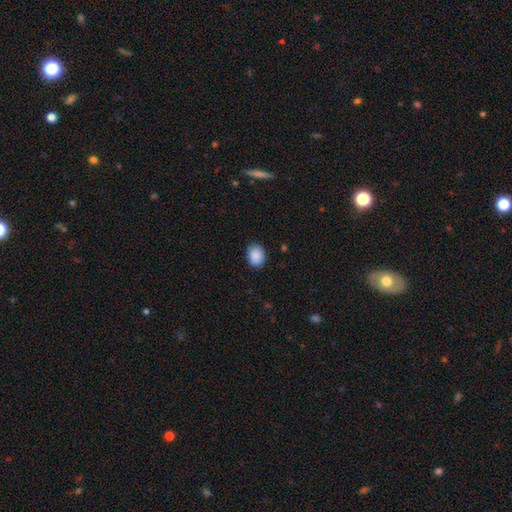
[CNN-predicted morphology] smooth-or-featured: smooth: 89% | star or artifact: 7% | featured or disk: 3%
  how-rounded: in between: 65% | round: 34% | cigar-shaped: 1%
  merging: none: 86% | minor disturbance: 11% | major disturbance: 2% | merger: 1%